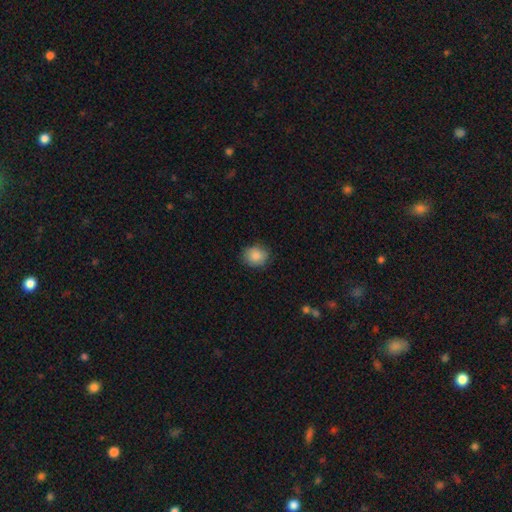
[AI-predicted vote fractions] The model was most divided on "how rounded": round: 66%, in between: 33%, cigar-shaped: 1%. More confident: smooth or featured — smooth (87%); merging — none (84%).